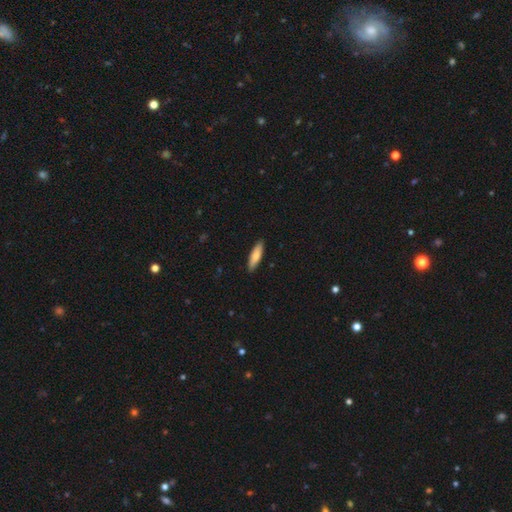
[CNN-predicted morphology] The model was most divided on "how rounded": cigar-shaped: 65%, in between: 33%, round: 2%. More confident: merging — none (90%); smooth or featured — smooth (78%).